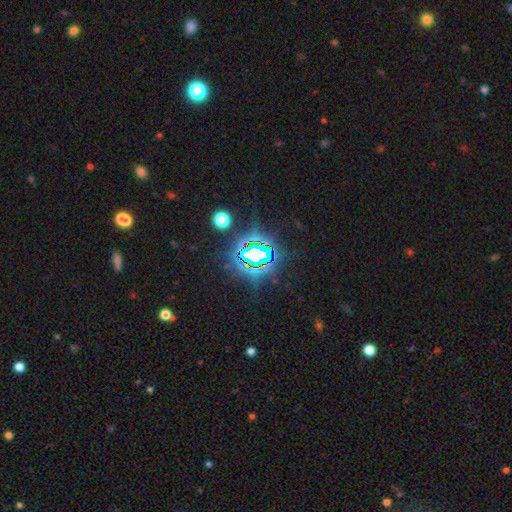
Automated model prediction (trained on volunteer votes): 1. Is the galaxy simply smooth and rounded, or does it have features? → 78% star or artifact, 11% smooth, 11% featured or disk.